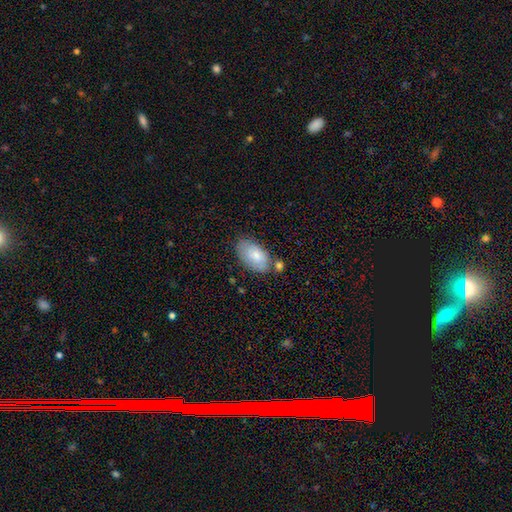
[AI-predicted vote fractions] A smooth galaxy with no disk features (76%) that is in between round and cigar-shaped (95%). Merging: none (64%).